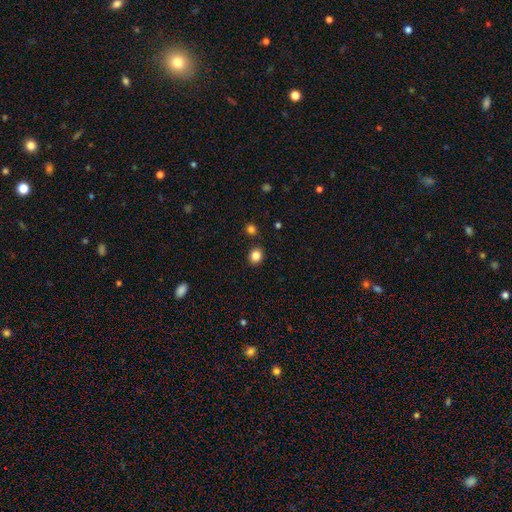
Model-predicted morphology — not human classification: Smooth or featured? smooth (84%)
How rounded? round (74%)
Merging? none (89%)